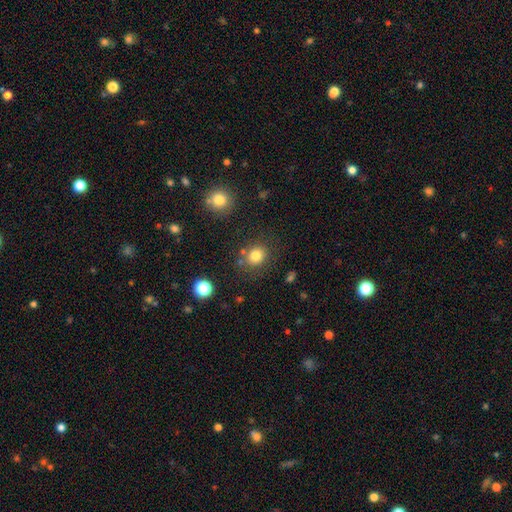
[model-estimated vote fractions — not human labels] Smooth or featured: smooth — 80% (star or artifact — 13%)
How rounded: round — 72% (in between — 27%)
Merging: none — 78% (minor disturbance — 11%)